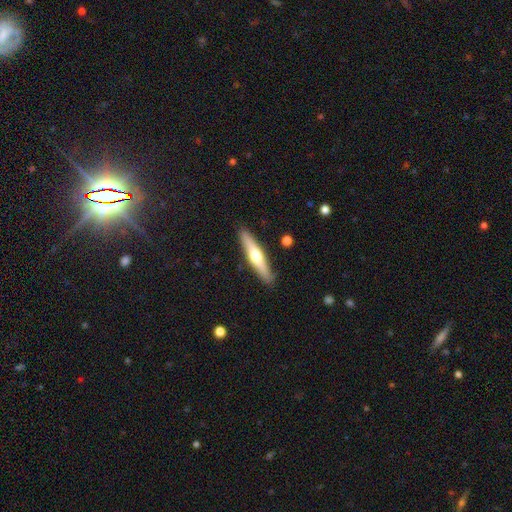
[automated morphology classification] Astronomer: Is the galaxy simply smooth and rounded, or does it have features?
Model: featured or disk — 50% (runner-up: smooth, 45%).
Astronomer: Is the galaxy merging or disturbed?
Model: none — 88%.